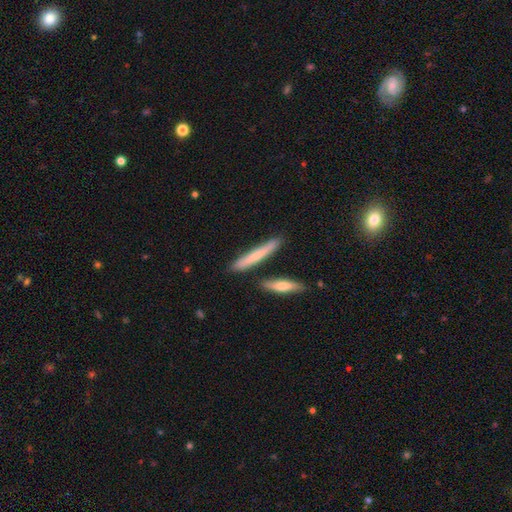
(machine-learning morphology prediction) Overall: smooth (65%; featured or disk 30%). How rounded: cigar-shaped (93%). Merging: none (81%).